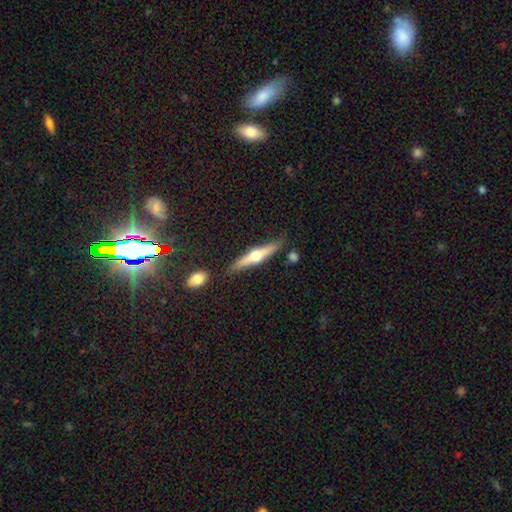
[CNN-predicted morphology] smooth-or-featured: featured or disk: 67% | smooth: 28% | star or artifact: 5%
  disk-edge-on: yes: 96% | no: 4%
    edge-on-bulge: rounded: 95% | boxy: 3% | none: 3%
  merging: none: 81% | minor disturbance: 11% | merger: 5% | major disturbance: 2%